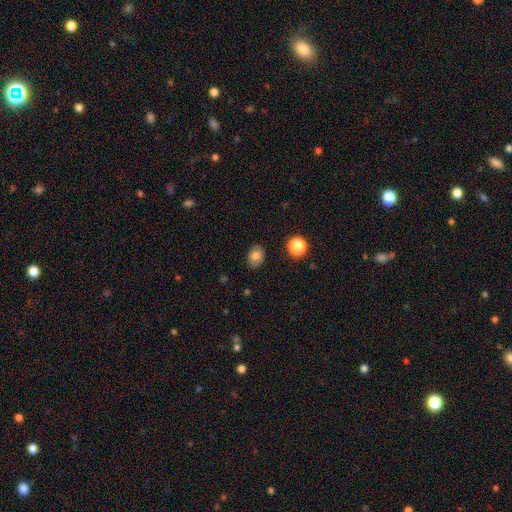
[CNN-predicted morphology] smooth-or-featured: smooth: 81% | star or artifact: 10% | featured or disk: 9%
  how-rounded: in between: 65% | round: 34% | cigar-shaped: 1%
  merging: none: 83% | minor disturbance: 13% | major disturbance: 3% | merger: 2%